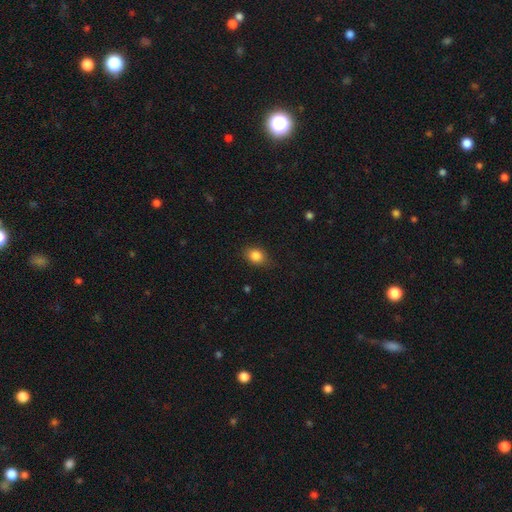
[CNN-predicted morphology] Overall: smooth (85%). How rounded: in between (60%; round 38%). Merging: none (79%).